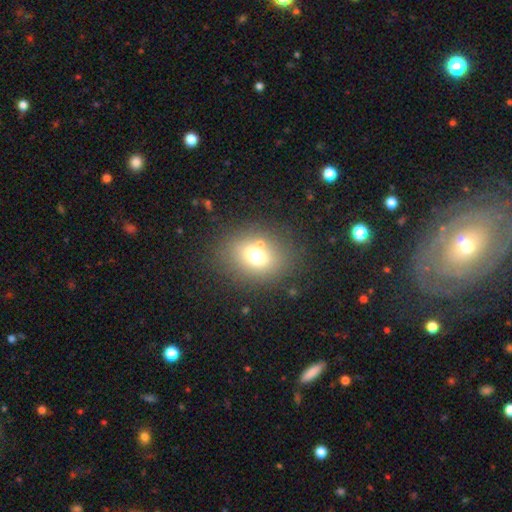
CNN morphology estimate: smooth 67%, star or artifact 18%, featured or disk 15%. Down the decision tree: how rounded — round (54%); merging — none (73%).